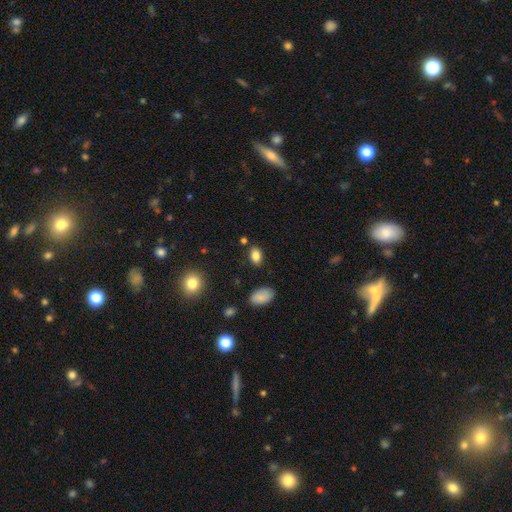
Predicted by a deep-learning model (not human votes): Smooth or featured? Predicted: smooth (p=0.84). How rounded? Predicted: in between (p=0.87). Merging? Predicted: none (p=0.82).